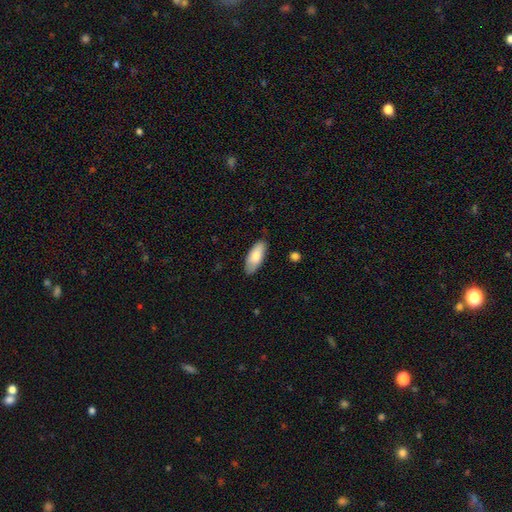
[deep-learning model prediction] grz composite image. It shows a smooth galaxy with no disk features (78%) that is in between round and cigar-shaped (82%). Merging: none (82%).